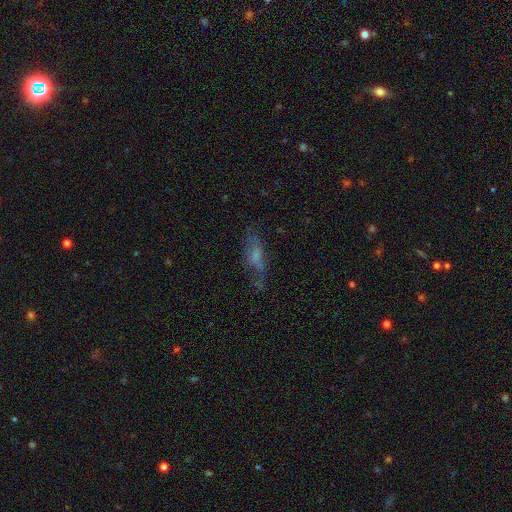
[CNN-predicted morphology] Smooth or featured: smooth — 46% (featured or disk — 40%)
Merging: none — 54% (minor disturbance — 25%)